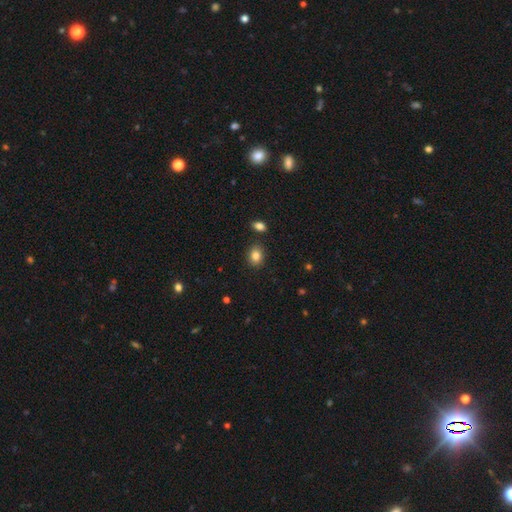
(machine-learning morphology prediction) Overall: smooth (84%). How rounded: in between (50%; round 49%). Merging: none (86%).